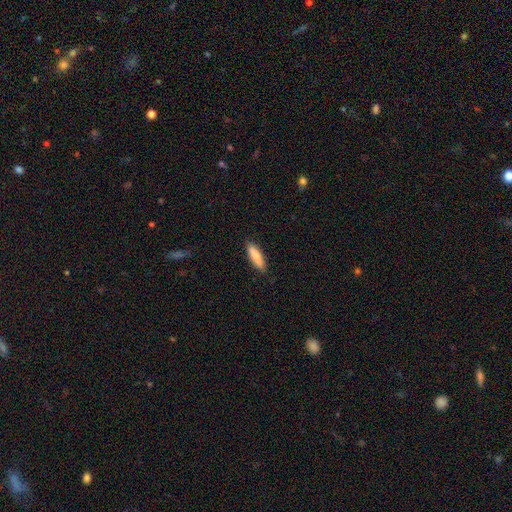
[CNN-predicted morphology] smooth_or_featured: smooth (p=0.79) [alt: featured or disk p=0.16]
how_rounded: cigar-shaped (p=0.64) [alt: in between p=0.34]
merging: none (p=0.87) [alt: minor disturbance p=0.10]